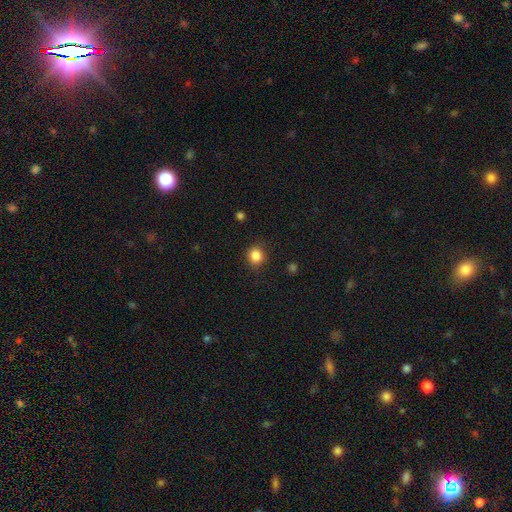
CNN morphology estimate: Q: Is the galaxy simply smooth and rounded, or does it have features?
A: smooth — 85%.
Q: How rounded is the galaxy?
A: round — 88%.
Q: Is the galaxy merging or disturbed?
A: none — 87%.